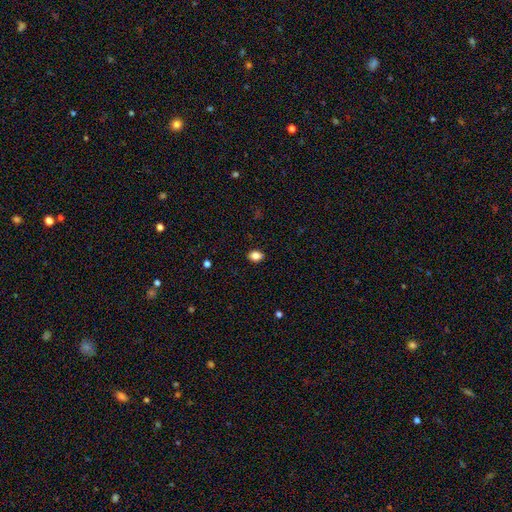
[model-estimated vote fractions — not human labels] This appears to be a smooth galaxy with no disk features (85%) that is in between round and cigar-shaped (73%). Merging: none (88%).